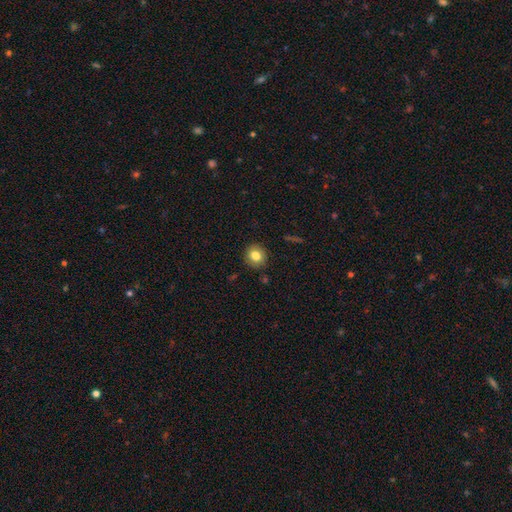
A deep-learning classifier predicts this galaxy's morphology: Smooth or featured?
  - smooth: 80% *
  - star or artifact: 10%
  - featured or disk: 10%
How rounded?
  - round: 82% *
  - in between: 18%
  - cigar-shaped: 1%
Merging?
  - none: 87% *
  - minor disturbance: 9%
  - major disturbance: 2%
  - merger: 2%